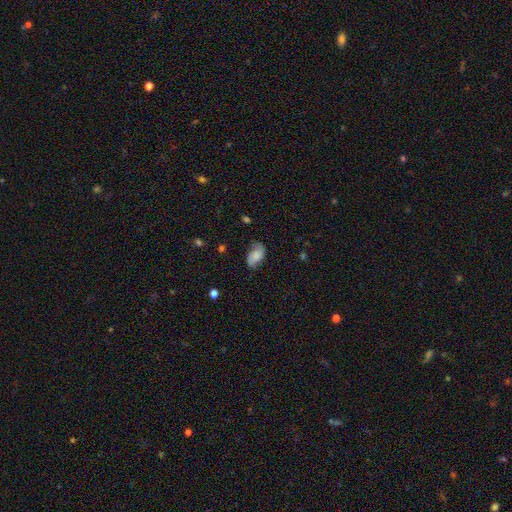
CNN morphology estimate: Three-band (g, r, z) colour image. It shows a smooth galaxy with no disk features (57%) that is in between round and cigar-shaped (91%). Merging: none (62%).